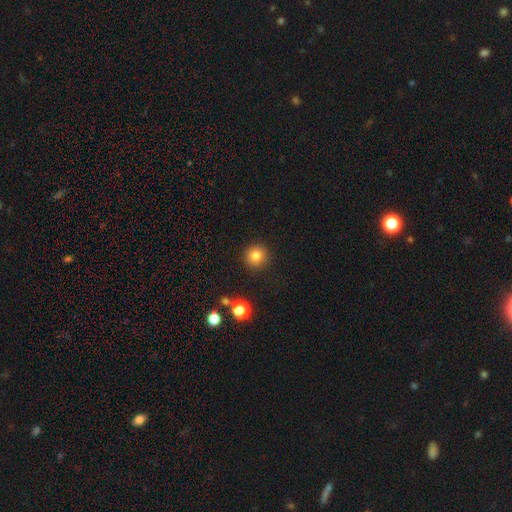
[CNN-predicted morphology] type=smooth (82%); roundness=round (93%); merging=none (90%).